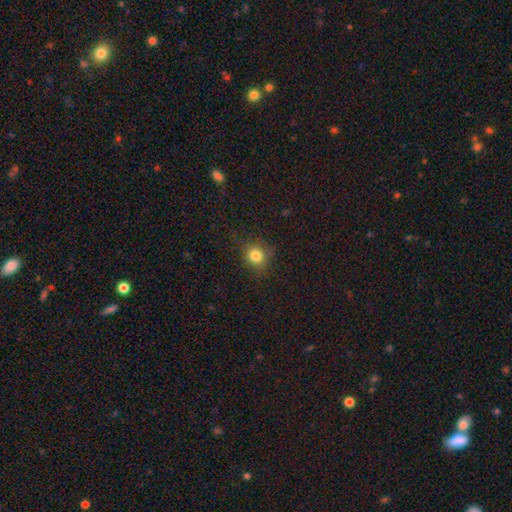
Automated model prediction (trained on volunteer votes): smooth-or-featured: smooth: 80% | star or artifact: 13% | featured or disk: 6%
  how-rounded: round: 86% | in between: 13% | cigar-shaped: 1%
  merging: none: 81% | minor disturbance: 14% | major disturbance: 5% | merger: 1%